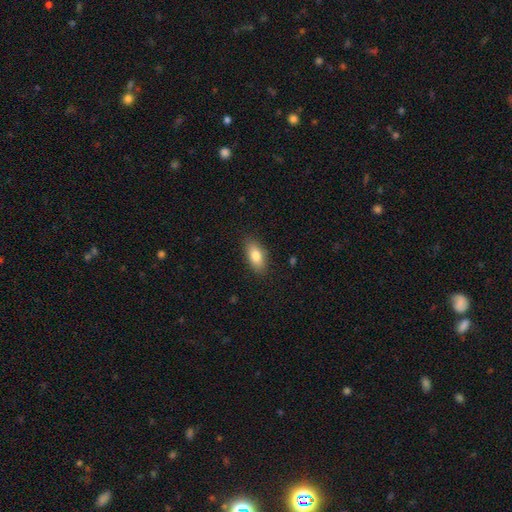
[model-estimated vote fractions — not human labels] Overall: smooth (81%). How rounded: in between (87%). Merging: none (86%).